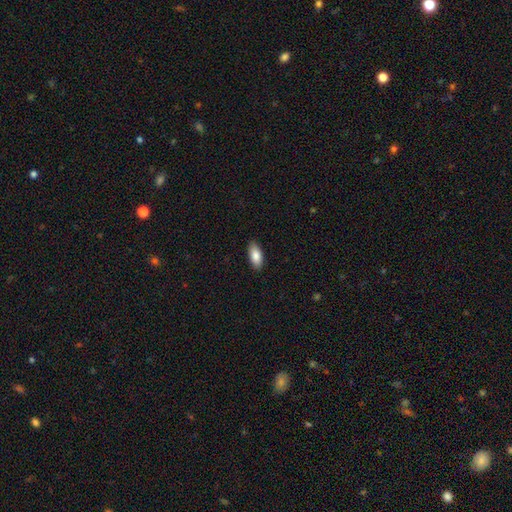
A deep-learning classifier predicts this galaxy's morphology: type=smooth (86%); roundness=in between (88%); merging=none (89%).